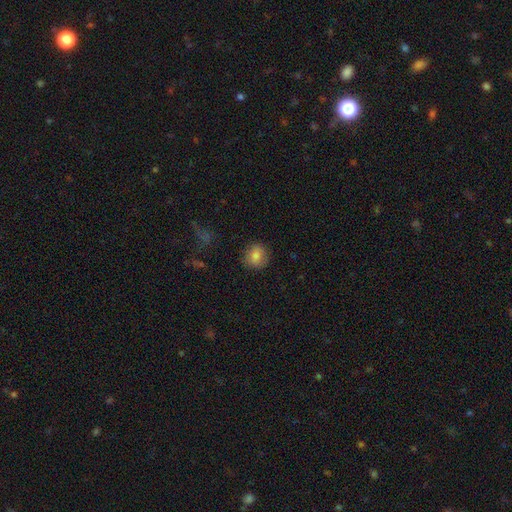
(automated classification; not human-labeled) smooth 81%, featured or disk 10%, star or artifact 9%. Down the decision tree: how rounded — round (81%); merging — none (85%).